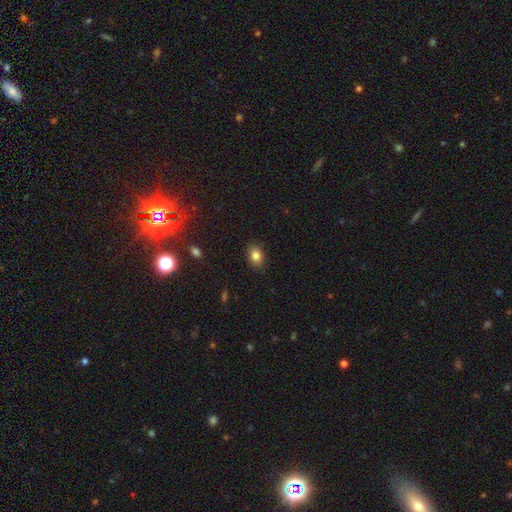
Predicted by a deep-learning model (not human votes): The model was most divided on "how rounded": in between: 78%, round: 20%, cigar-shaped: 1%. More confident: merging — none (87%); smooth or featured — smooth (82%).